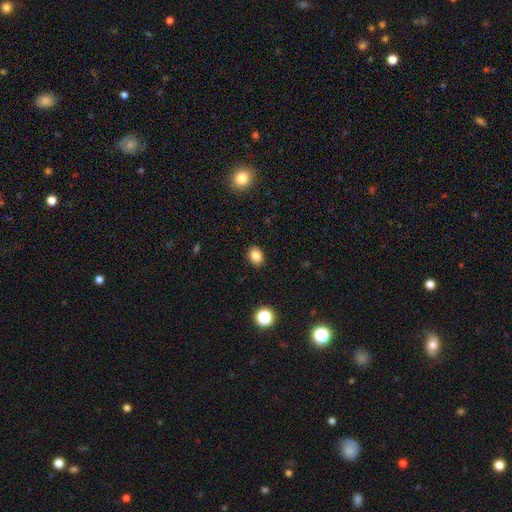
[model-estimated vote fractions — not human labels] A smooth galaxy with no disk features (84%) that is in between round and cigar-shaped (62%). Merging: none (89%).